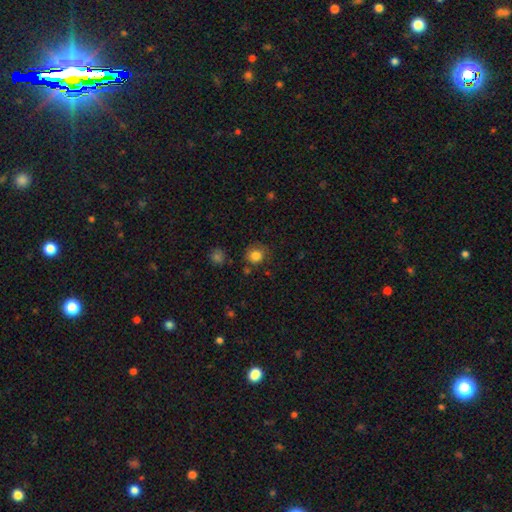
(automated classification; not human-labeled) smooth_or_featured: smooth (p=0.82) [alt: star or artifact p=0.11]
how_rounded: round (p=0.86) [alt: in between p=0.13]
merging: none (p=0.73) [alt: minor disturbance p=0.17]